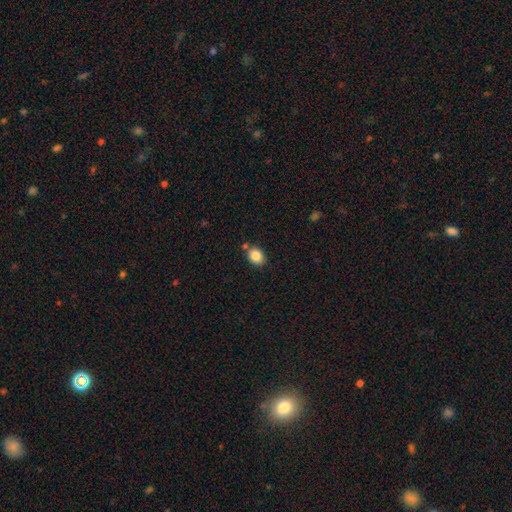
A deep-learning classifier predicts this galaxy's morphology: This appears to be a smooth galaxy with no disk features (85%) that is in between round and cigar-shaped (55%). Merging: none (77%).